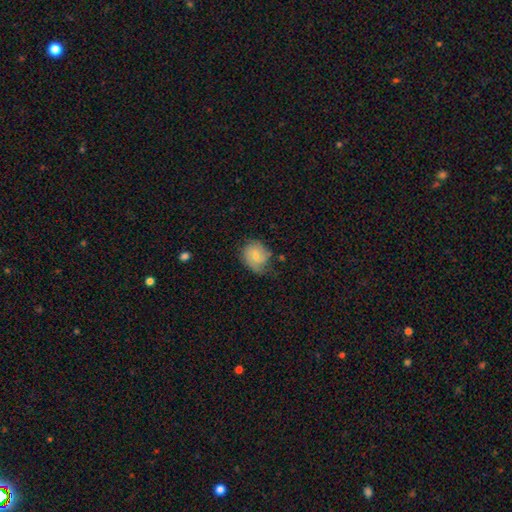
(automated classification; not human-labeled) Smooth or featured?
  - smooth: 57% *
  - featured or disk: 36%
  - star or artifact: 7%
How rounded?
  - round: 64% *
  - in between: 35%
  - cigar-shaped: 1%
Merging?
  - none: 53% *
  - minor disturbance: 32%
  - major disturbance: 13%
  - merger: 2%